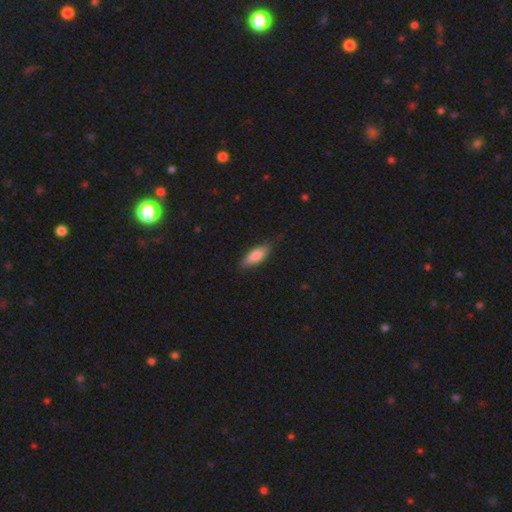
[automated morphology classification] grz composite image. It shows a smooth galaxy with no disk features (80%) that is in between round and cigar-shaped (61%). Merging: none (79%).